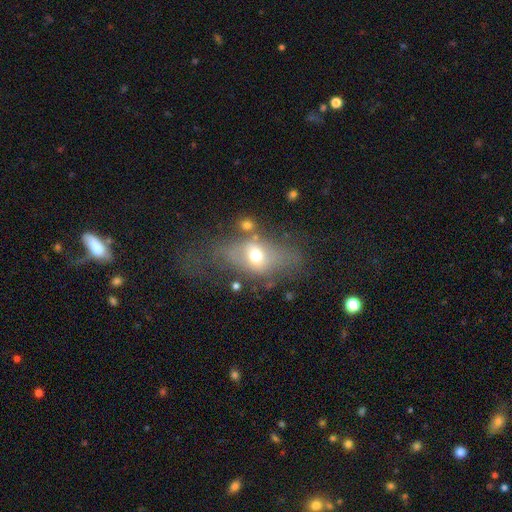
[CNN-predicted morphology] A smooth galaxy with no disk features (53%) that is in between round and cigar-shaped (76%). Merging: none (39%).